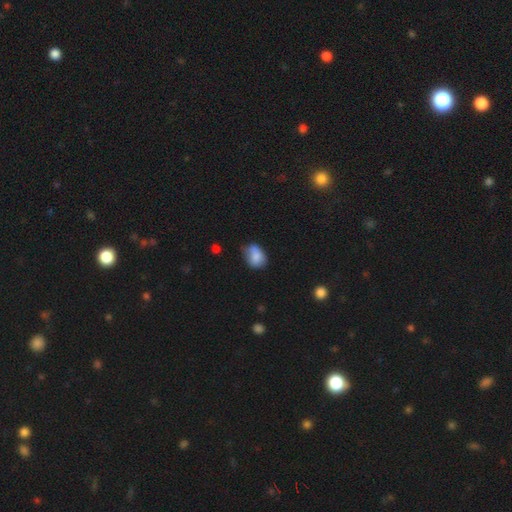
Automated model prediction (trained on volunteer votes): Q: Smooth or featured?
A: smooth (80%); runner-up: featured or disk (12%)
Q: How rounded?
A: in between (73%); runner-up: round (26%)
Q: Merging?
A: none (45%); runner-up: minor disturbance (40%)